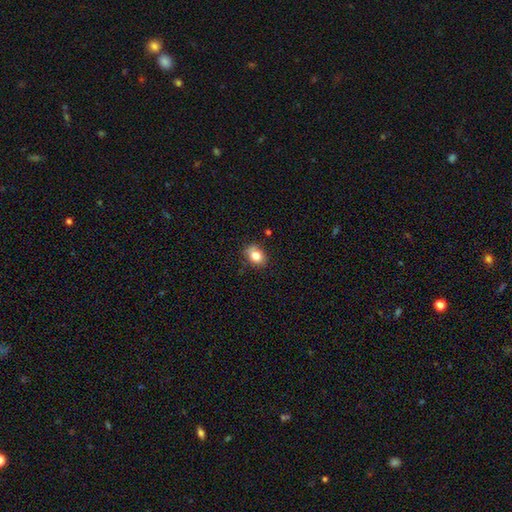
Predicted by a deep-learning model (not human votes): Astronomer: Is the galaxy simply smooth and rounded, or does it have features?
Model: smooth — 82%.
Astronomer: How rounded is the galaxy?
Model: in between — 61% (runner-up: round, 38%).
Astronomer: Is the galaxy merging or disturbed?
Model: none — 74%.